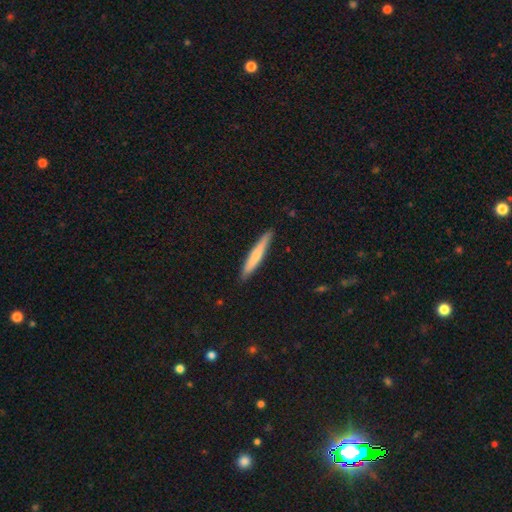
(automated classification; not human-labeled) This is likely a smooth galaxy (66%). How rounded: clearly cigar-shaped (95%). Merging: clearly none (90%).